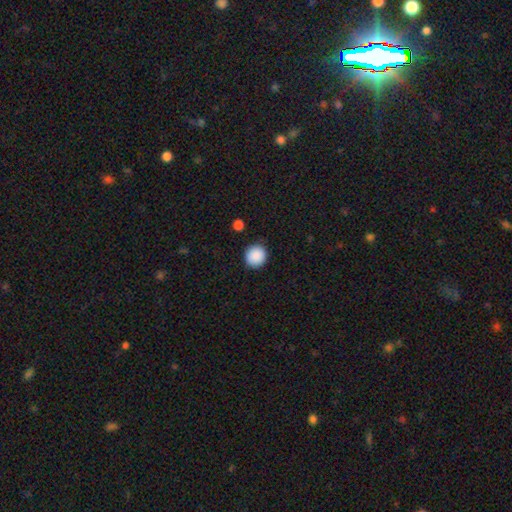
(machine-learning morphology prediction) A smooth galaxy with no disk features (89%) that is round (93%).

Vote fractions:
- Smooth or featured? smooth: 89% / star or artifact: 8% / featured or disk: 3%
- How rounded? round: 93% / in between: 6% / cigar-shaped: 1%
- Merging? none: 90% / minor disturbance: 7% / major disturbance: 2% / merger: 1%